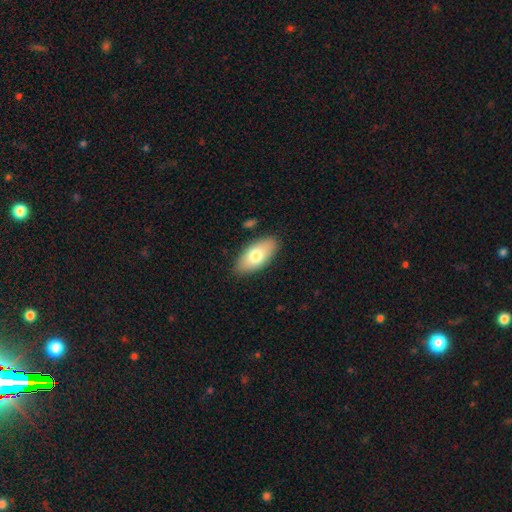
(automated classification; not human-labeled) The model was most divided on "smooth or featured": smooth: 74%, featured or disk: 20%, star or artifact: 6%. More confident: how rounded — in between (90%); merging — none (86%).